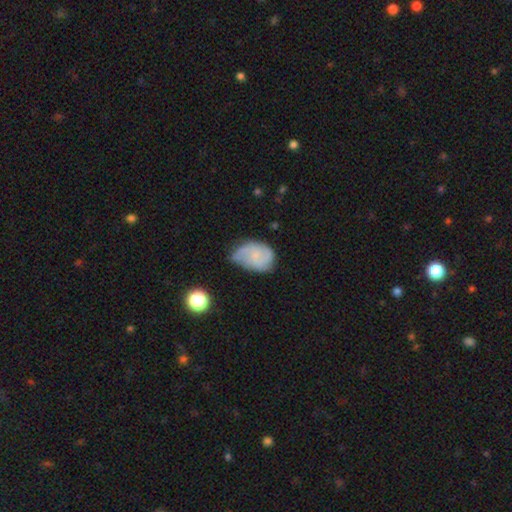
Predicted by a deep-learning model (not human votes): featured or disk 52%, smooth 40%, star or artifact 8%. Down the decision tree: edge-on disk — no (98%); bar — no (75%); spiral arms — yes (81%); bulge size — small (63%); merging — minor disturbance (42%).